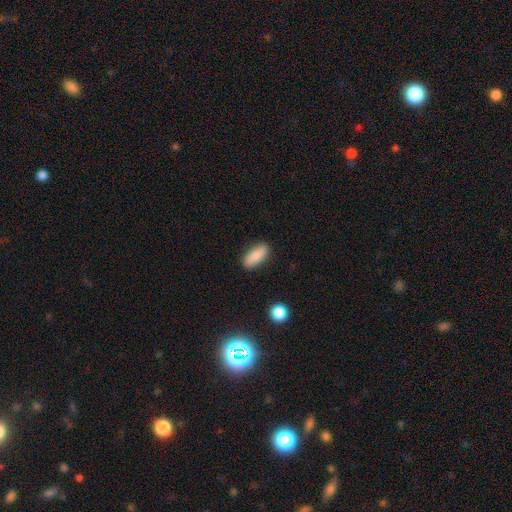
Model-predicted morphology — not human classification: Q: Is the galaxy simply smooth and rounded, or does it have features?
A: smooth — 80%.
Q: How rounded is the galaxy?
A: in between — 84%.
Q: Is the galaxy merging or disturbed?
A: none — 87%.